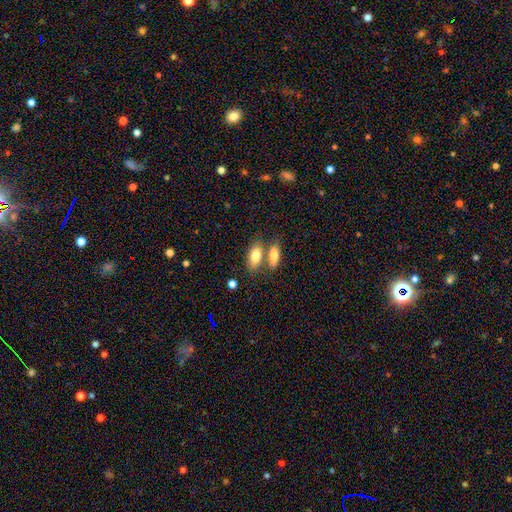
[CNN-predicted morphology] A smooth galaxy with no disk features (81%) that is in between round and cigar-shaped (87%).

Vote fractions:
- Smooth or featured? smooth: 81% / featured or disk: 13% / star or artifact: 6%
- How rounded? in between: 87% / cigar-shaped: 8% / round: 5%
- Merging? none: 47% / merger: 40% / minor disturbance: 10% / major disturbance: 4%